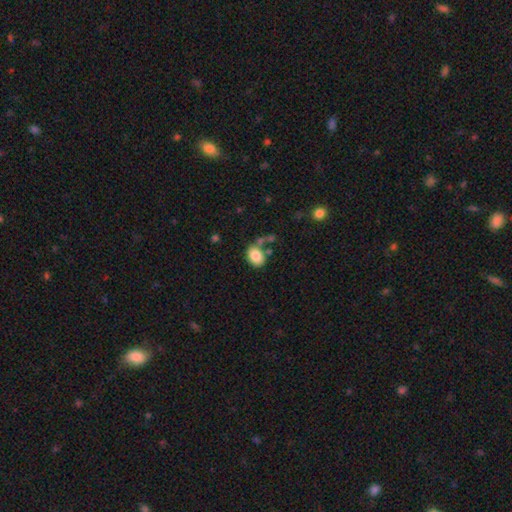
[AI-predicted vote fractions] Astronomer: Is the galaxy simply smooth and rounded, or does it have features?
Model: smooth — 83%.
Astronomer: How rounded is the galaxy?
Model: in between — 71%.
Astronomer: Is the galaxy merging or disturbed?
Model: none — 57%.